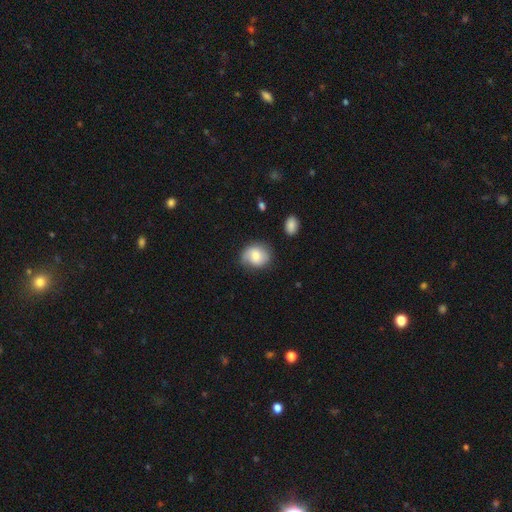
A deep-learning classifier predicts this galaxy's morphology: Smooth or featured: smooth — 67% (featured or disk — 25%)
How rounded: round — 66% (in between — 33%)
Merging: none — 67% (minor disturbance — 24%)